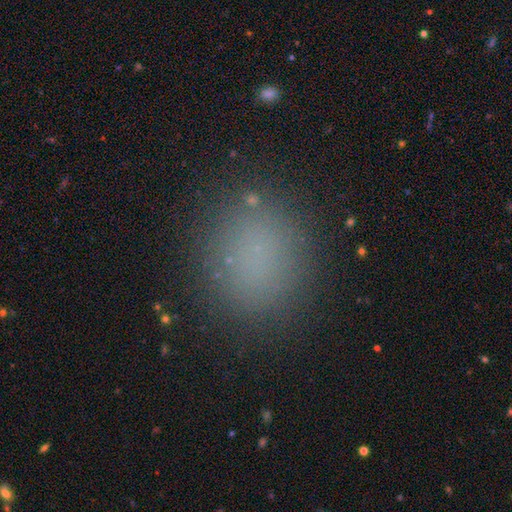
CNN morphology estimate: A smooth galaxy with no disk features (78%) that is round (76%). Merging: none (88%).